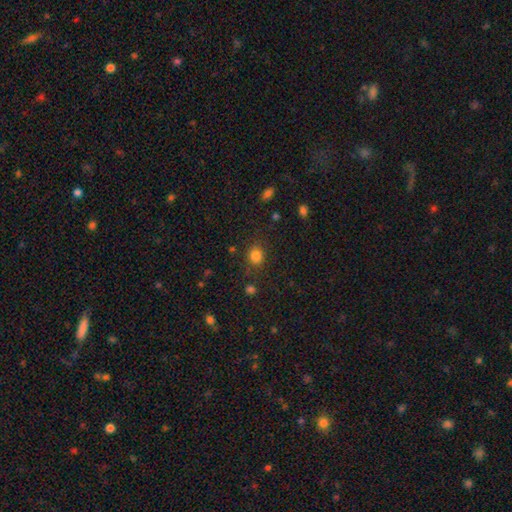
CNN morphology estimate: type=smooth (82%); roundness=round (69%); merging=none (81%).